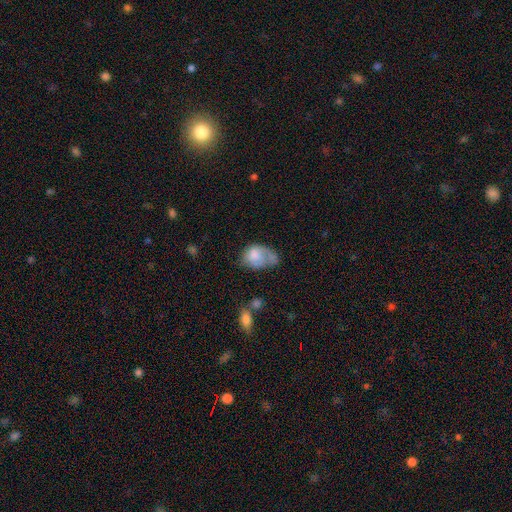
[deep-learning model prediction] Smooth or featured?
  - smooth: 65% *
  - featured or disk: 27%
  - star or artifact: 7%
How rounded?
  - in between: 77% *
  - round: 21%
  - cigar-shaped: 1%
Merging?
  - major disturbance: 33% *
  - minor disturbance: 31%
  - none: 26%
  - merger: 11%